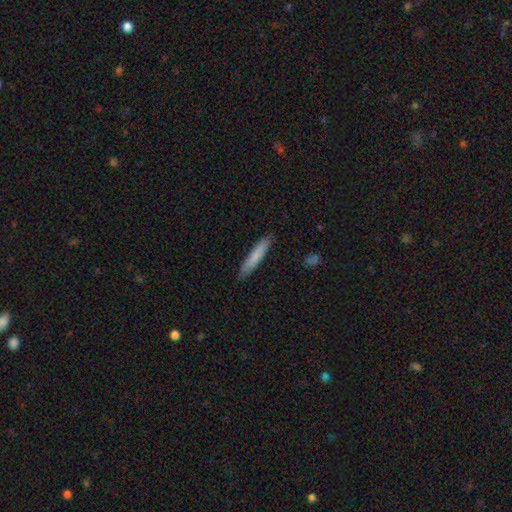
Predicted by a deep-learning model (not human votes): smooth-or-featured: smooth: 80% | featured or disk: 14% | star or artifact: 6%
  how-rounded: cigar-shaped: 90% | in between: 9% | round: 1%
  merging: none: 87% | minor disturbance: 10% | major disturbance: 2% | merger: 1%